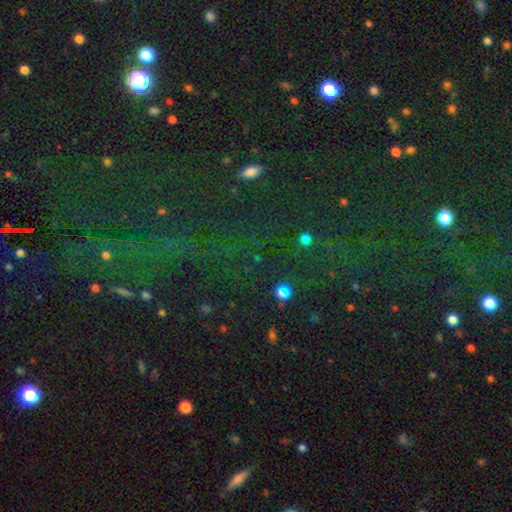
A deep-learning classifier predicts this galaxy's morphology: star or artifact 74%, smooth 17%, featured or disk 9%.